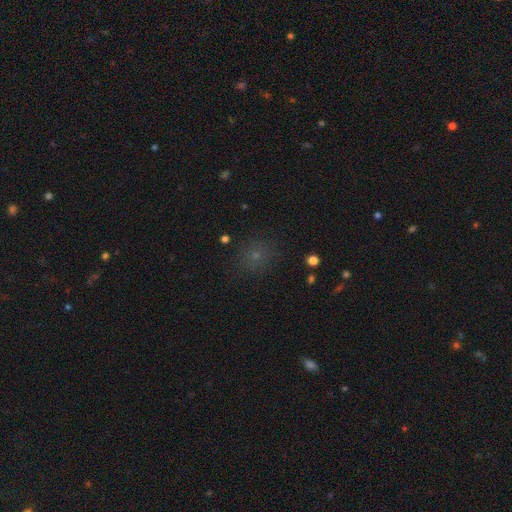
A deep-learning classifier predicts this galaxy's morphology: A smooth galaxy with no disk features (62%) that is round (87%). Merging: none (85%).